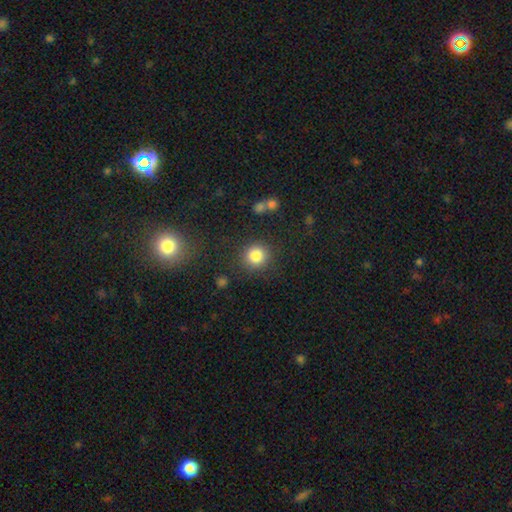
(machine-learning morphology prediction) smooth_or_featured: smooth (p=0.84) [alt: star or artifact p=0.11]
how_rounded: round (p=0.90) [alt: in between p=0.09]
merging: none (p=0.85) [alt: minor disturbance p=0.09]